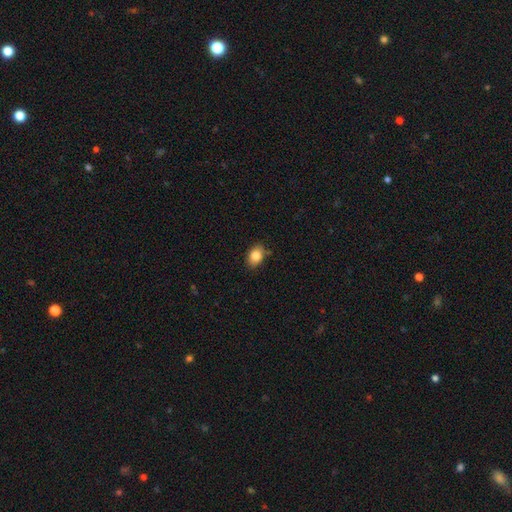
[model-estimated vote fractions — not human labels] Smooth or featured? smooth (83%)
How rounded? in between (77%)
Merging? none (83%)